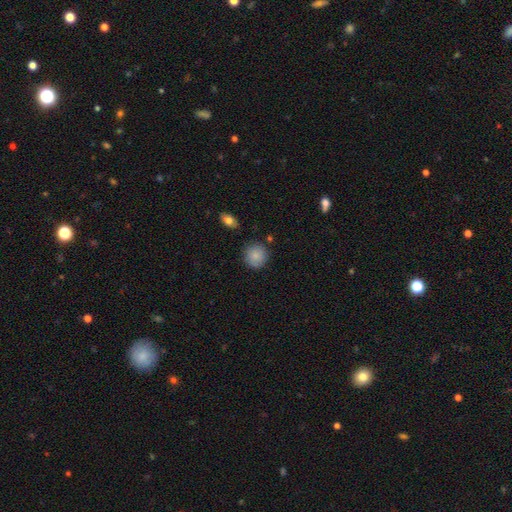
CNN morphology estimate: smooth-or-featured: smooth: 84% | star or artifact: 8% | featured or disk: 8%
  how-rounded: round: 90% | in between: 9% | cigar-shaped: 1%
  merging: none: 85% | minor disturbance: 10% | major disturbance: 2% | merger: 2%